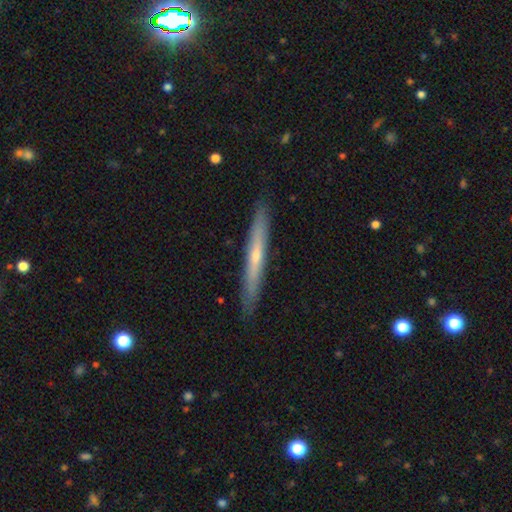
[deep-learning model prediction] Smooth or featured?
  - featured or disk: 57% *
  - smooth: 37%
  - star or artifact: 6%
Edge-on disk?
  - yes: 95% *
  - no: 5%
Edge-on bulge?
  - rounded: 52% *
  - none: 45%
  - boxy: 3%
Merging?
  - none: 90% *
  - minor disturbance: 7%
  - major disturbance: 1%
  - merger: 1%